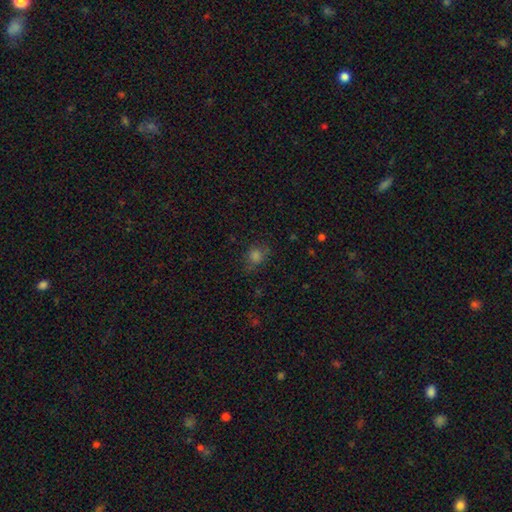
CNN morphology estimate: Smooth or featured? smooth (67%)
How rounded? round (60%)
Merging? none (67%)